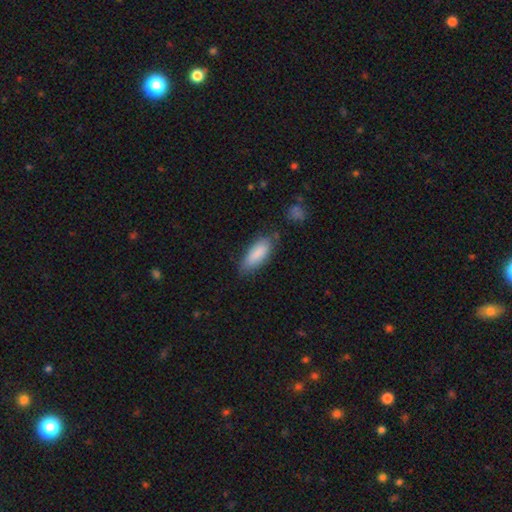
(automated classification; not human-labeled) smooth_or_featured: smooth (p=0.86) [alt: featured or disk p=0.08]
how_rounded: in between (p=0.70) [alt: cigar-shaped p=0.28]
merging: none (p=0.73) [alt: minor disturbance p=0.20]